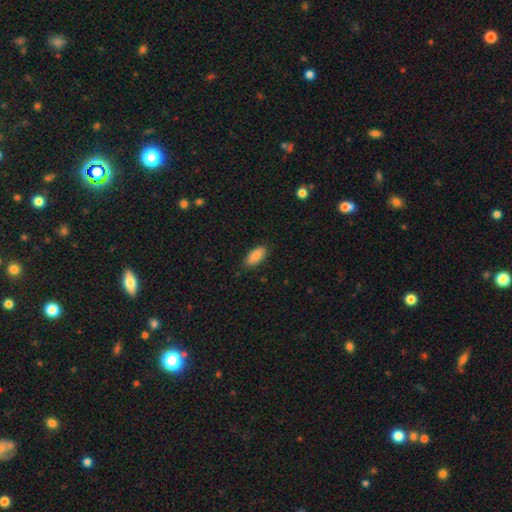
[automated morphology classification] Smooth or featured: smooth — 86% (featured or disk — 7%)
How rounded: in between — 90% (cigar-shaped — 8%)
Merging: none — 85% (minor disturbance — 12%)